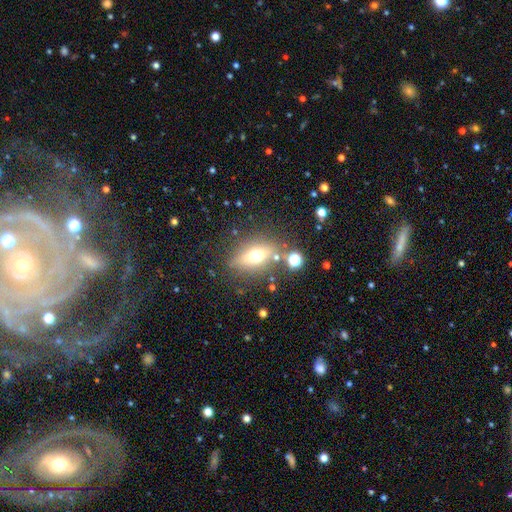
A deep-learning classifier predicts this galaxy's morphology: The model was most divided on "smooth or featured": smooth: 50%, featured or disk: 34%, star or artifact: 16%. More confident: merging — none (76%); how rounded — in between (62%).